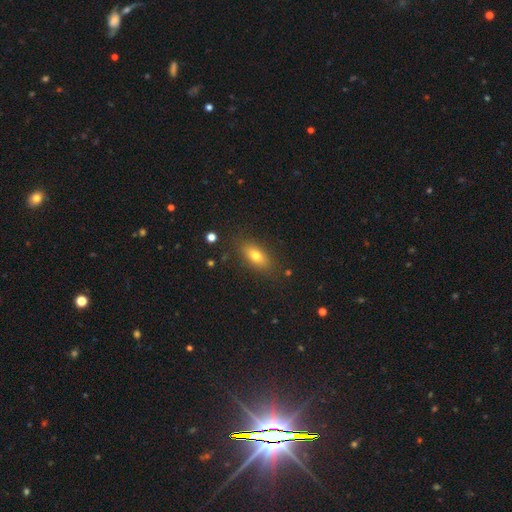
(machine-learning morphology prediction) smooth_or_featured: smooth (p=0.74) [alt: featured or disk p=0.16]
how_rounded: in between (p=0.81) [alt: cigar-shaped p=0.12]
merging: none (p=0.84) [alt: minor disturbance p=0.11]